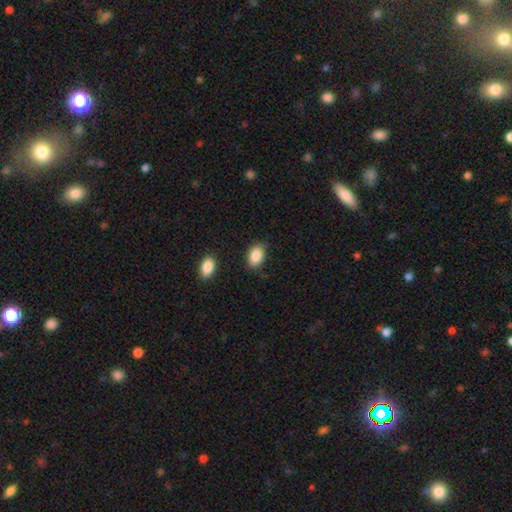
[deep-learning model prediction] Smooth or featured? smooth (88%)
How rounded? in between (83%)
Merging? none (79%)